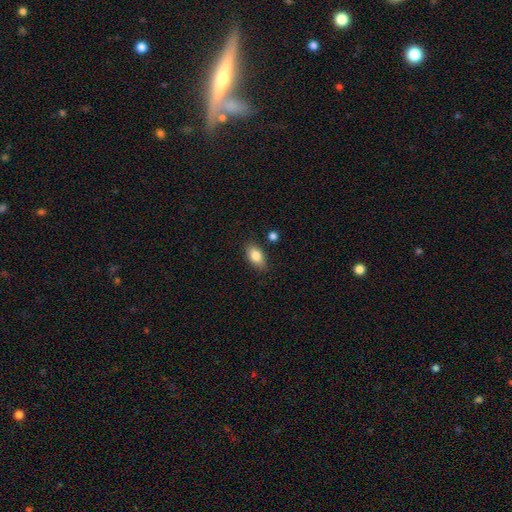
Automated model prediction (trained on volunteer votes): smooth-or-featured: smooth: 83% | featured or disk: 9% | star or artifact: 7%
  how-rounded: in between: 90% | round: 7% | cigar-shaped: 4%
  merging: none: 81% | minor disturbance: 13% | merger: 3% | major disturbance: 3%